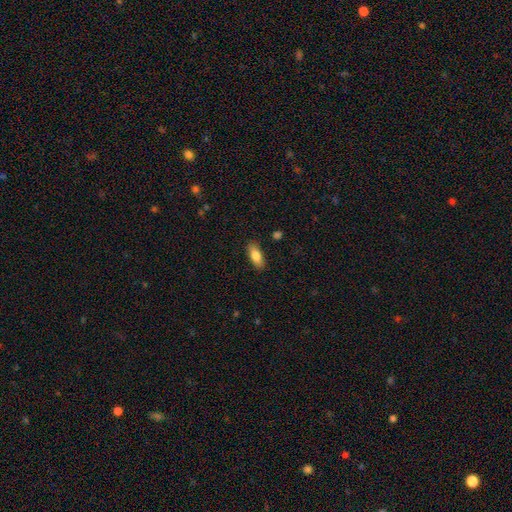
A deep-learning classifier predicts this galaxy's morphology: type=smooth (81%); roundness=in between (78%); merging=none (87%).